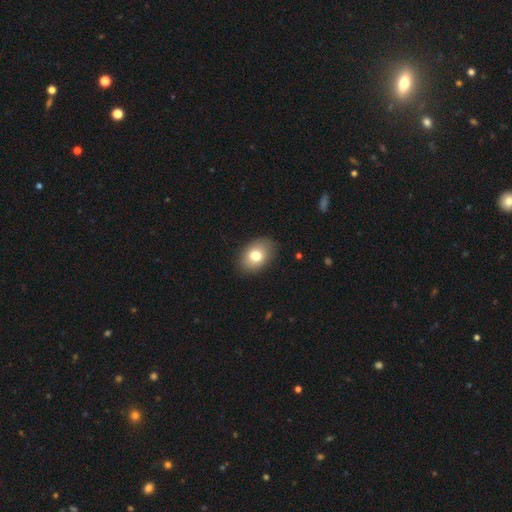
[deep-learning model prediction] smooth 78%, featured or disk 14%, star or artifact 8%. Down the decision tree: how rounded — in between (80%); merging — none (84%).